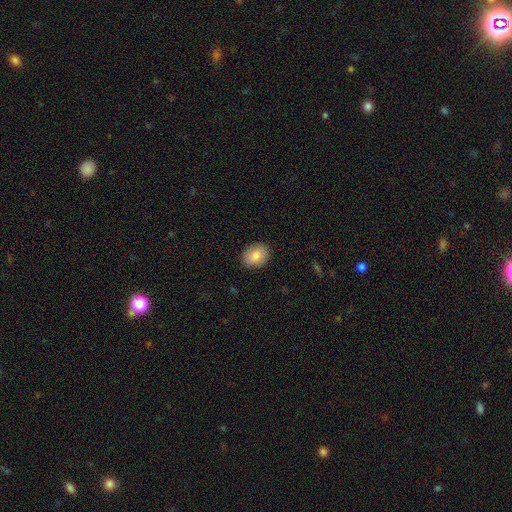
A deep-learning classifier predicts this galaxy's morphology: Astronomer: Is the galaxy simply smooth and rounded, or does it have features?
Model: smooth — 86%.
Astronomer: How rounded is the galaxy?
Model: in between — 72%.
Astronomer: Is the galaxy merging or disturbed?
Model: none — 88%.